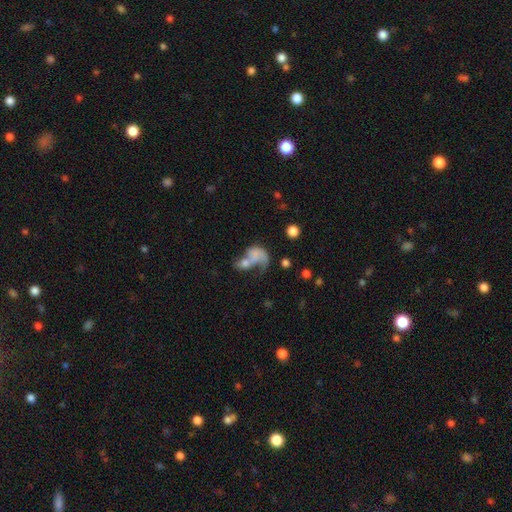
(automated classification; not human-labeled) smooth 51%, featured or disk 38%, star or artifact 11%. Down the decision tree: how rounded — in between (74%); merging — merger (52%).